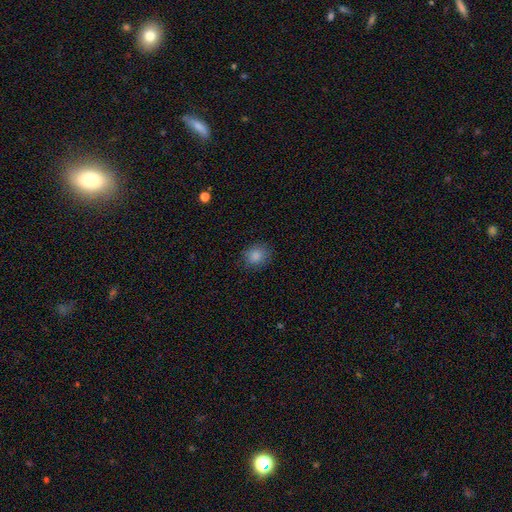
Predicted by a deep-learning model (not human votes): Smooth or featured? smooth (86%)
How rounded? round (68%)
Merging? none (83%)